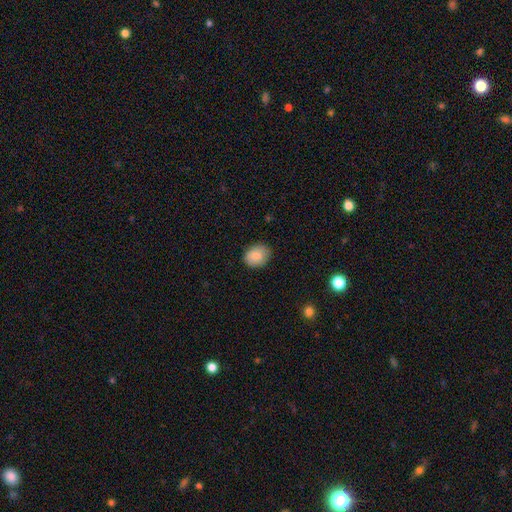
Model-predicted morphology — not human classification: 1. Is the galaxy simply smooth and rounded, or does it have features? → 84% smooth, 9% featured or disk, 8% star or artifact.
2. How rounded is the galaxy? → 50% round, 49% in between, 1% cigar-shaped.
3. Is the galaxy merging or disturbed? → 85% none, 11% minor disturbance, 2% major disturbance, 1% merger.